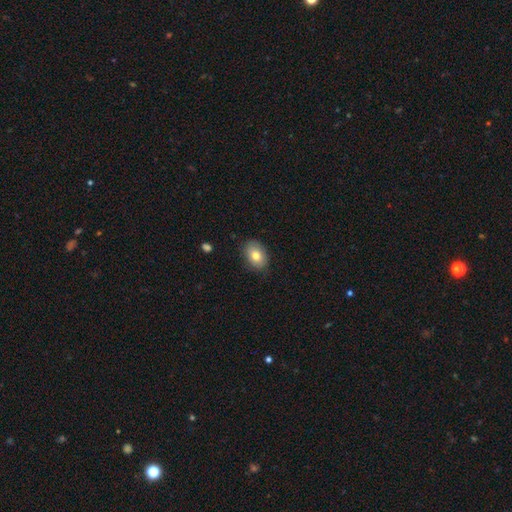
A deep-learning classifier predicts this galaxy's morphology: A smooth galaxy with no disk features (80%) that is in between round and cigar-shaped (78%).

Vote fractions:
- Smooth or featured? smooth: 80% / featured or disk: 12% / star or artifact: 8%
- How rounded? in between: 78% / round: 21% / cigar-shaped: 1%
- Merging? none: 83% / minor disturbance: 13% / major disturbance: 3% / merger: 1%